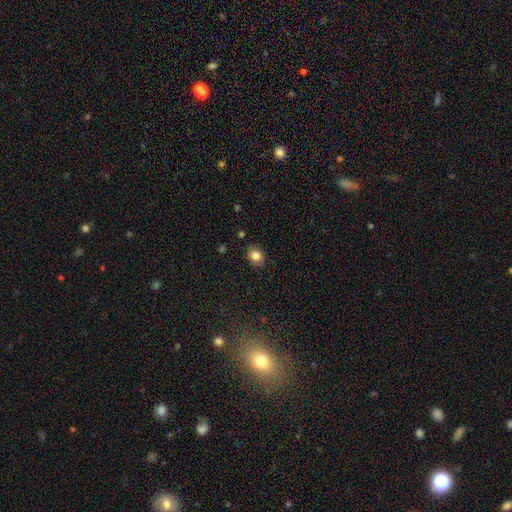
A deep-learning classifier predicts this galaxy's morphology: A smooth galaxy with no disk features (82%) that is round (55%). Merging: none (86%).